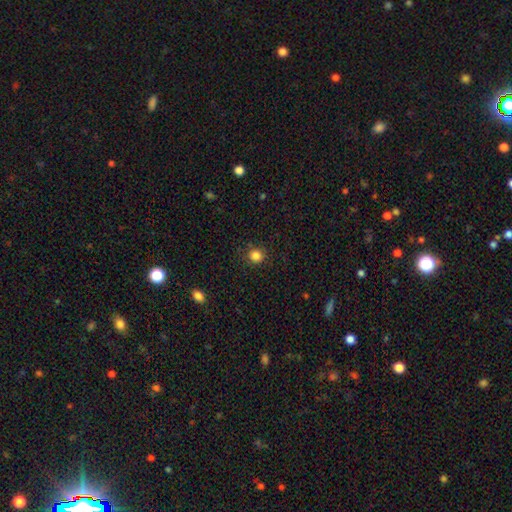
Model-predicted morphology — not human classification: This is clearly a smooth galaxy (84%). How rounded: clearly round (86%). Merging: clearly none (86%).